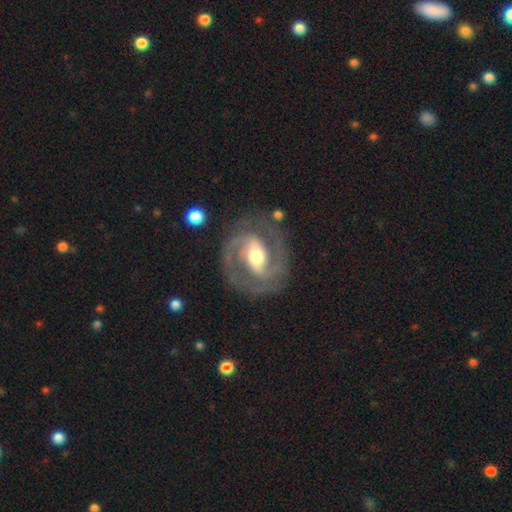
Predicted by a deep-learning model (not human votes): Q: Smooth or featured?
A: featured or disk (89%); runner-up: smooth (7%)
Q: Edge-on disk?
A: no (97%); runner-up: yes (3%)
Q: Bar?
A: strong (50%); runner-up: weak (33%)
Q: Spiral arms?
A: yes (96%); runner-up: no (4%)
Q: Spiral winding?
A: medium (48%); runner-up: tight (43%)
Q: Spiral arm count?
A: 2 (91%); runner-up: can't tell (3%)
Q: Bulge size?
A: moderate (63%); runner-up: large (20%)
Q: Merging?
A: none (81%); runner-up: minor disturbance (12%)